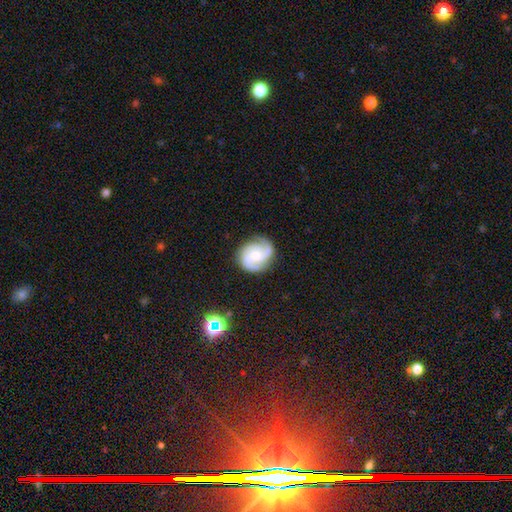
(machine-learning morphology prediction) Smooth or featured: featured or disk — 81% (smooth — 14%)
Edge-on disk: no — 98% (yes — 2%)
Bar: no — 66% (weak — 29%)
Spiral arms: yes — 97% (no — 3%)
Spiral winding: medium — 46% (tight — 41%)
Spiral arm count: 2 — 44% (3 — 37%)
Bulge size: moderate — 45% (tied with small — 45%)
Merging: none — 78% (minor disturbance — 16%)